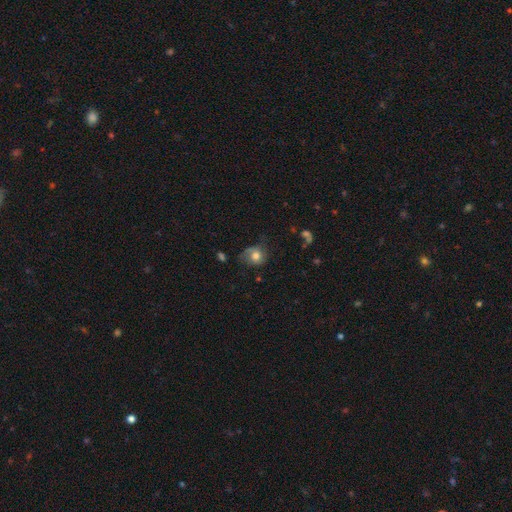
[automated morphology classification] This appears to be a smooth galaxy with no disk features (70%) that is round (70%). Merging: none (46%).